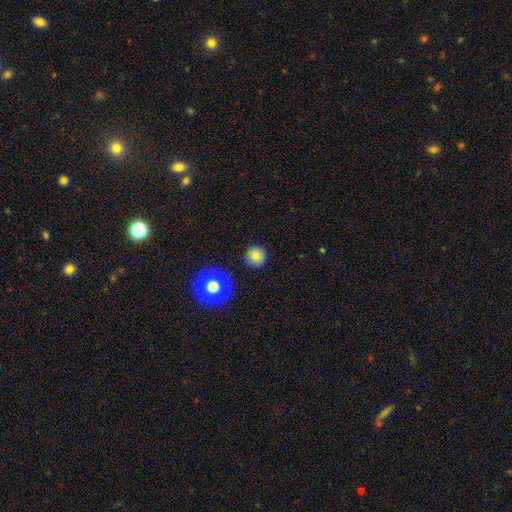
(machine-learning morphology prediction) smooth-or-featured: smooth: 78% | star or artifact: 16% | featured or disk: 7%
  how-rounded: round: 93% | in between: 6% | cigar-shaped: 1%
  merging: none: 83% | minor disturbance: 11% | major disturbance: 3% | merger: 3%